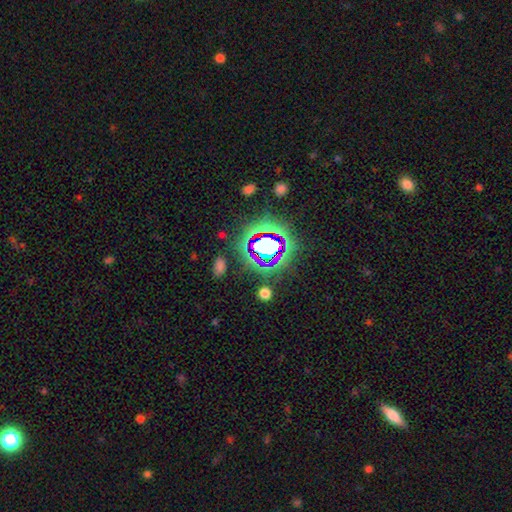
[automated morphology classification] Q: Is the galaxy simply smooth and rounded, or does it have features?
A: star or artifact — 75%.